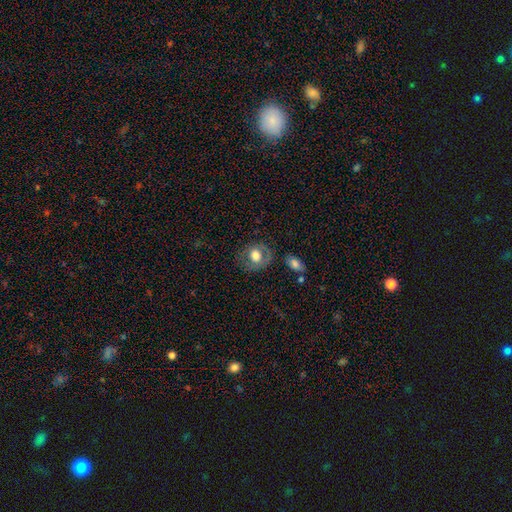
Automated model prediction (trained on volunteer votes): smooth_or_featured: smooth (p=0.62) [alt: featured or disk p=0.30]
how_rounded: round (p=0.66) [alt: in between p=0.32]
merging: none (p=0.67) [alt: minor disturbance p=0.20]